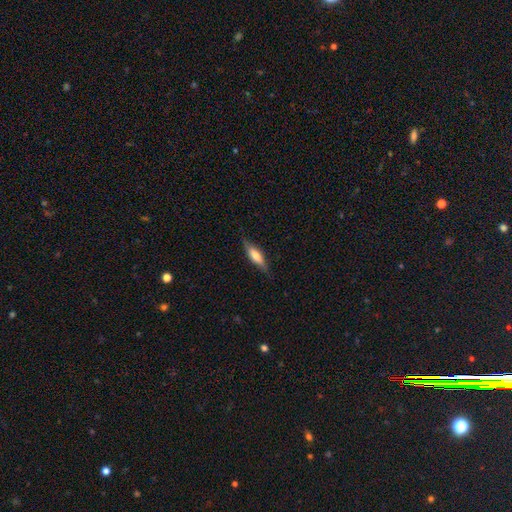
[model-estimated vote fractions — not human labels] Smooth or featured? smooth (59%)
How rounded? cigar-shaped (60%)
Merging? none (81%)